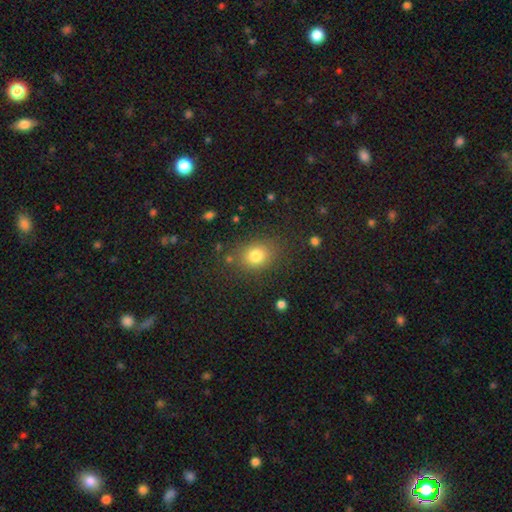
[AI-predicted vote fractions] Overall: smooth (80%). How rounded: round (55%; in between 44%). Merging: none (80%).